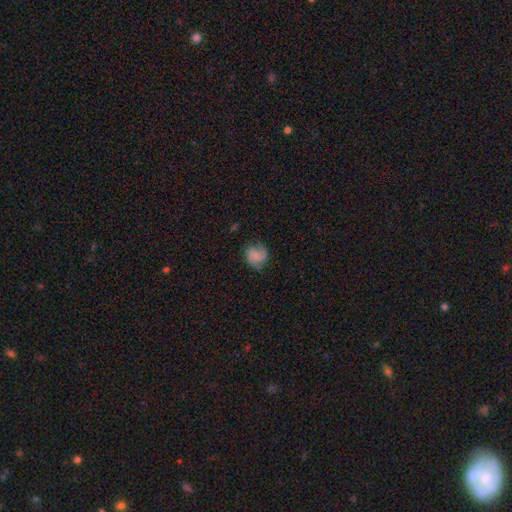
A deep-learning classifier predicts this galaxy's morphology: smooth_or_featured: smooth (p=0.53) [alt: featured or disk p=0.38]
how_rounded: round (p=0.72) [alt: in between p=0.27]
merging: none (p=0.66) [alt: minor disturbance p=0.23]